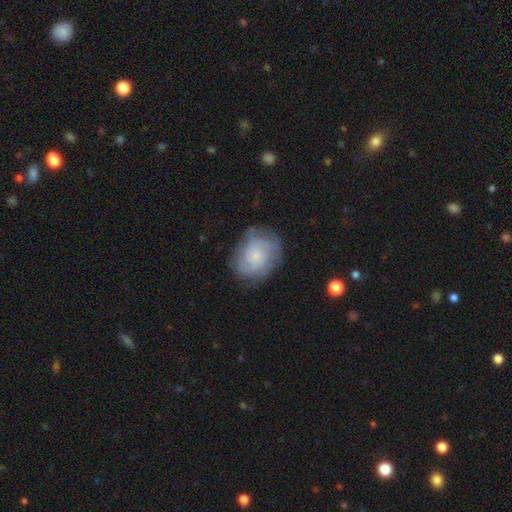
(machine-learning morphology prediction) This is likely a featured or disk galaxy (60%). It is clearly not viewed edge-on (98%). Bar: likely no (79%). Spiral arm pattern: clearly yes (86%). Spiral arm count: marginally can't tell (44%). Spiral winding: possibly tight (57%). Central bulge: likely small (69%). Merging: likely none (69%).